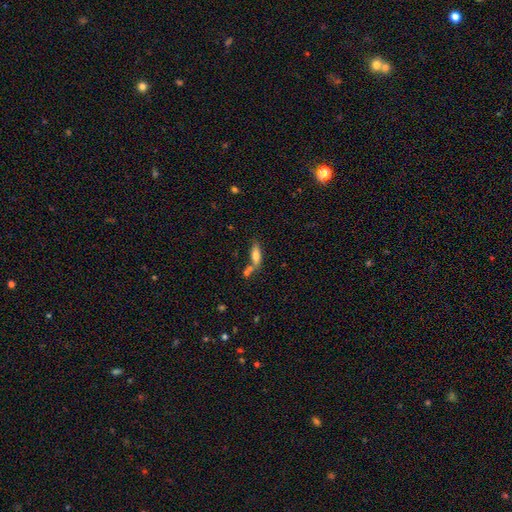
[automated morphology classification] Smooth or featured? smooth (71%)
How rounded? in between (50%)
Merging? none (46%)